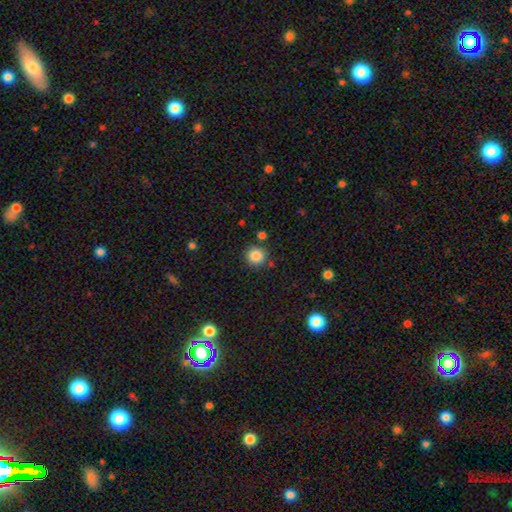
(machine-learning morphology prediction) Smooth or featured: smooth — 86% (star or artifact — 10%)
How rounded: round — 94% (in between — 5%)
Merging: none — 86% (minor disturbance — 7%)